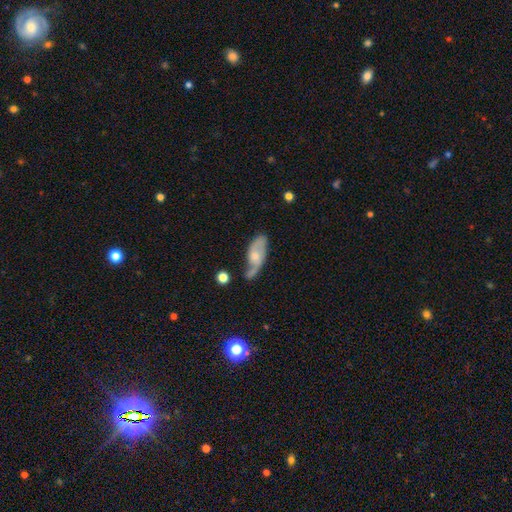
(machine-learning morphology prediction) Smooth or featured: featured or disk — 65% (smooth — 28%)
Edge-on disk: no — 88% (yes — 12%)
Bar: no — 63% (weak — 31%)
Spiral arms: yes — 86% (no — 14%)
Bulge size: small — 46% (moderate — 42%)
Merging: none — 47% (minor disturbance — 30%)